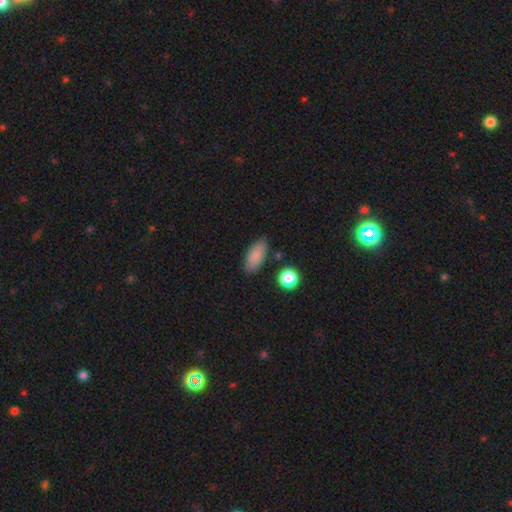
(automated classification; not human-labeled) A smooth galaxy with no disk features (84%) that is in between round and cigar-shaped (90%). Merging: none (78%).